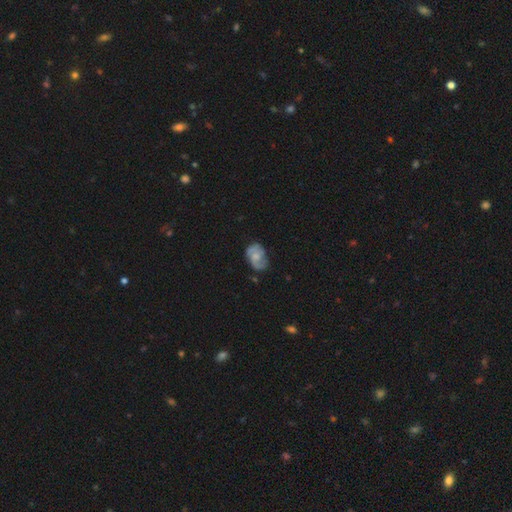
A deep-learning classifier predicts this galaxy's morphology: Q: Smooth or featured?
A: featured or disk (58%); runner-up: smooth (34%)
Q: Edge-on disk?
A: no (97%); runner-up: yes (3%)
Q: Bar?
A: no (64%); runner-up: weak (31%)
Q: Spiral arms?
A: yes (86%); runner-up: no (14%)
Q: Bulge size?
A: moderate (38%); runner-up: small (35%)
Q: Merging?
A: none (64%); runner-up: minor disturbance (25%)